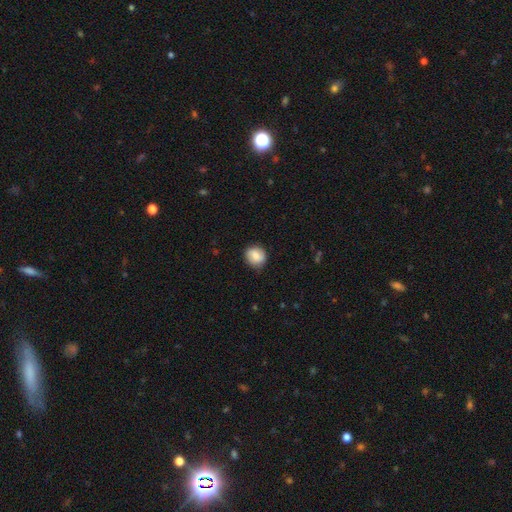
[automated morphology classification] smooth_or_featured: smooth (p=0.69) [alt: featured or disk p=0.23]
how_rounded: round (p=0.83) [alt: in between p=0.16]
merging: none (p=0.82) [alt: minor disturbance p=0.14]